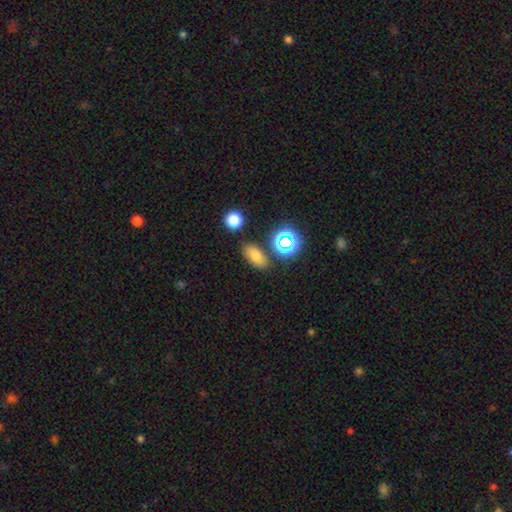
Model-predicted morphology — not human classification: Smooth or featured?
  - smooth: 71% *
  - star or artifact: 19%
  - featured or disk: 10%
How rounded?
  - in between: 83% *
  - round: 11%
  - cigar-shaped: 6%
Merging?
  - none: 82% *
  - minor disturbance: 10%
  - merger: 5%
  - major disturbance: 3%